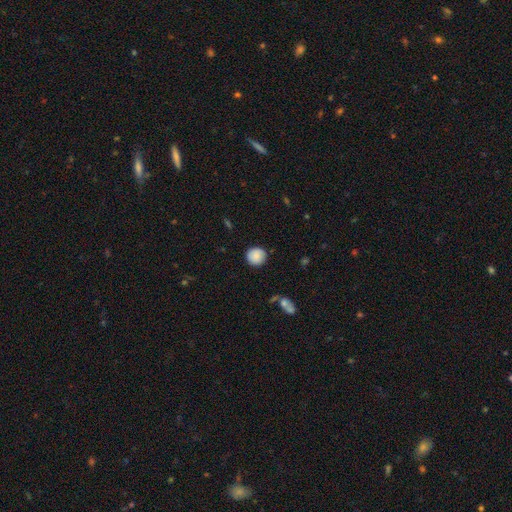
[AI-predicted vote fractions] smooth_or_featured: smooth (p=0.86) [alt: star or artifact p=0.08]
how_rounded: round (p=0.92) [alt: in between p=0.07]
merging: none (p=0.87) [alt: minor disturbance p=0.09]